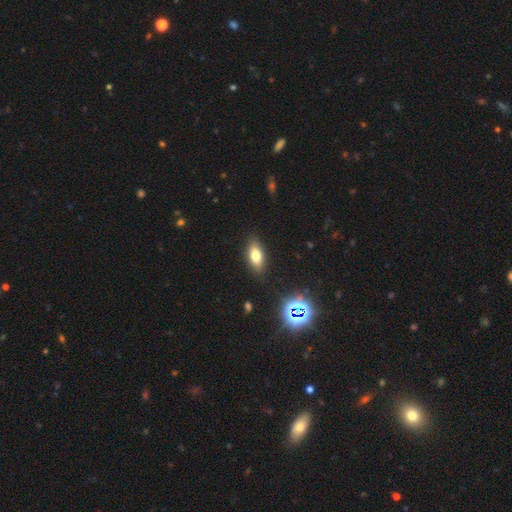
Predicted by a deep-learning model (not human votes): Overall: smooth (72%). How rounded: in between (80%). Merging: none (87%).